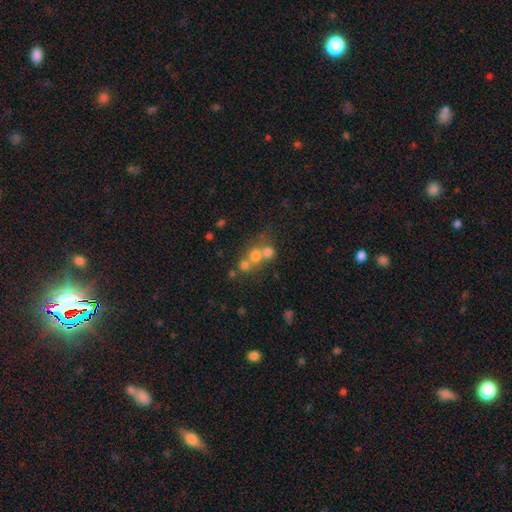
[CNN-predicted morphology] Q: Smooth or featured?
A: smooth (61%); runner-up: featured or disk (21%)
Q: How rounded?
A: round (81%); runner-up: in between (18%)
Q: Merging?
A: merger (57%); runner-up: none (33%)